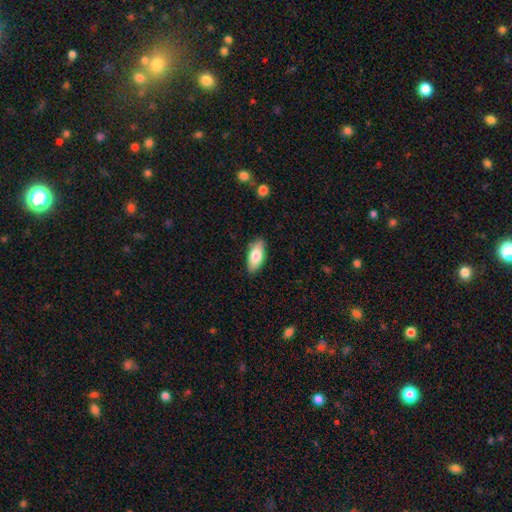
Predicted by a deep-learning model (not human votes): Overall: smooth (78%). How rounded: in between (85%). Merging: none (86%).